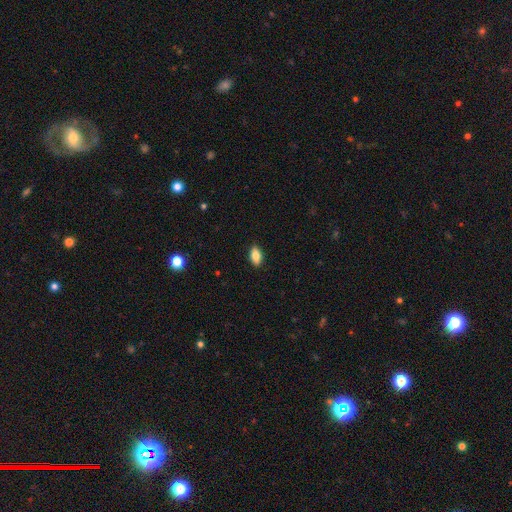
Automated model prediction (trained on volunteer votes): The model was most divided on "smooth or featured": smooth: 82%, featured or disk: 10%, star or artifact: 8%. More confident: how rounded — in between (90%); merging — none (89%).